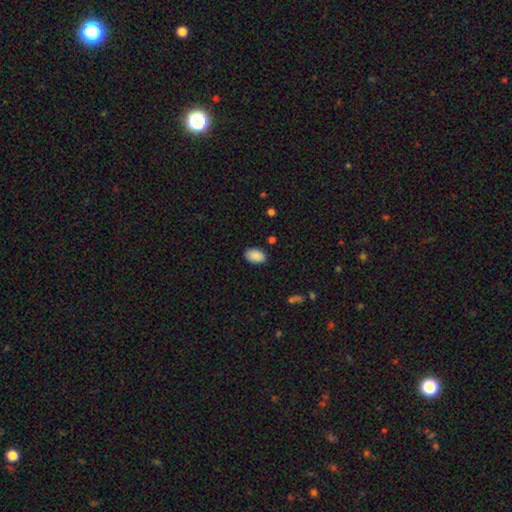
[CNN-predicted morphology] A smooth galaxy with no disk features (90%) that is in between round and cigar-shaped (91%). Merging: none (88%).